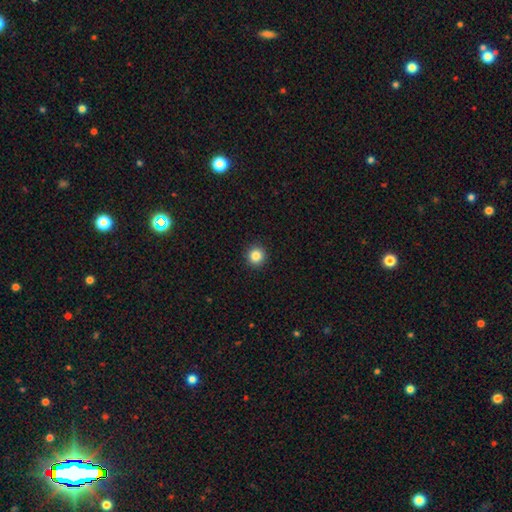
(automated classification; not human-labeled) Smooth or featured? smooth (85%)
How rounded? round (95%)
Merging? none (93%)